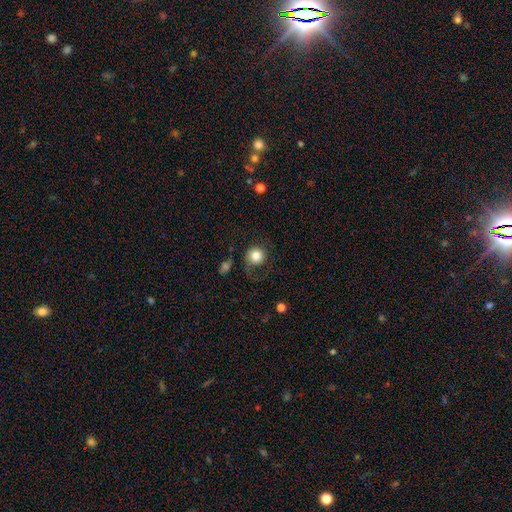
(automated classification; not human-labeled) smooth-or-featured: smooth: 78% | featured or disk: 14% | star or artifact: 8%
  how-rounded: round: 91% | in between: 8% | cigar-shaped: 1%
  merging: none: 54% | major disturbance: 25% | minor disturbance: 18% | merger: 3%